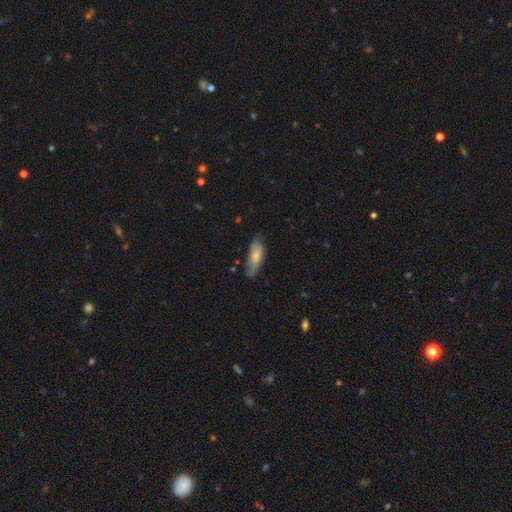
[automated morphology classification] smooth-or-featured: smooth: 68% | featured or disk: 26% | star or artifact: 6%
  how-rounded: in between: 64% | cigar-shaped: 34% | round: 2%
  merging: none: 66% | minor disturbance: 26% | major disturbance: 6% | merger: 2%